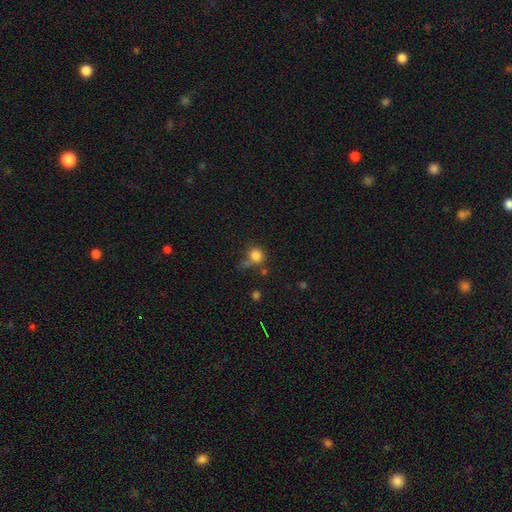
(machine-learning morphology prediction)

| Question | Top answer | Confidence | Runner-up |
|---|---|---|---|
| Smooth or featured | smooth | 82% | star or artifact (12%) |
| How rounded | round | 84% | in between (15%) |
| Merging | none | 56% | minor disturbance (19%) |